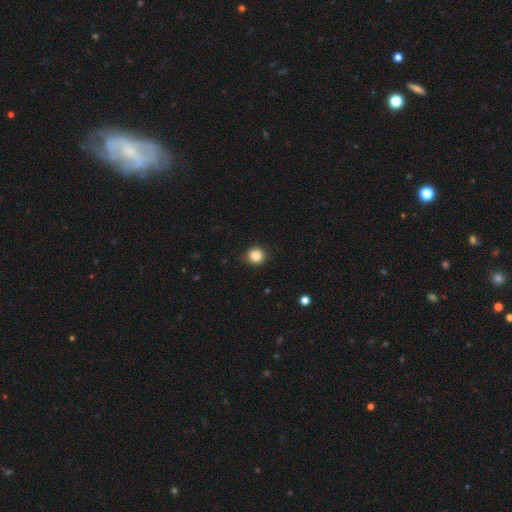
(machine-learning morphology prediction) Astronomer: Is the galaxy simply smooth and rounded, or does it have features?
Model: smooth — 86%.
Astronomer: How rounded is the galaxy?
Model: round — 93%.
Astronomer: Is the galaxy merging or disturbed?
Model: none — 89%.